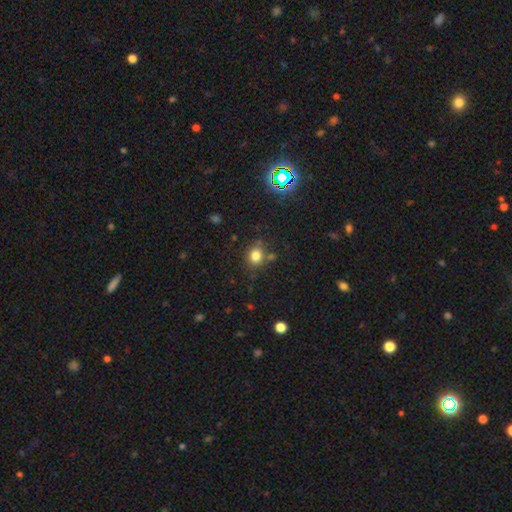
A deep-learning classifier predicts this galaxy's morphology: Smooth or featured? Predicted: smooth (p=0.78). How rounded? Predicted: round (p=0.69). Merging? Predicted: none (p=0.73).